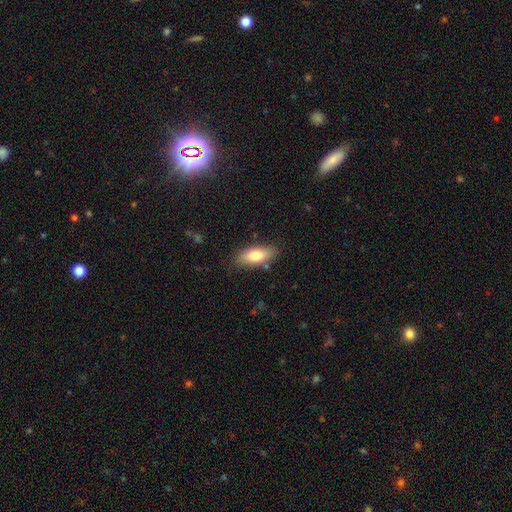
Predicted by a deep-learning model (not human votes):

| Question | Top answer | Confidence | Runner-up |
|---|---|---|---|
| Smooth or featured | smooth | 77% | featured or disk (16%) |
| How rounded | in between | 76% | cigar-shaped (21%) |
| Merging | none | 82% | minor disturbance (13%) |